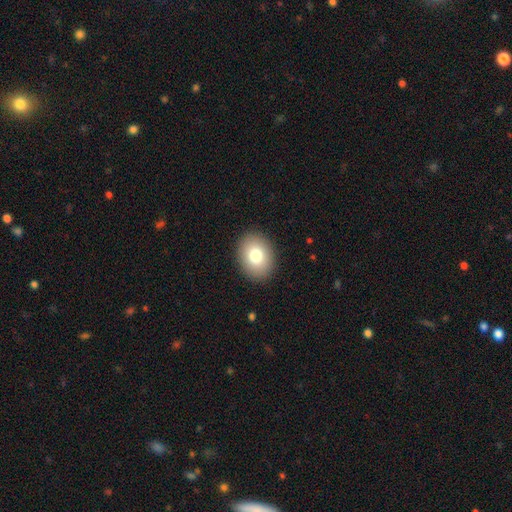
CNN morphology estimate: Smooth or featured? smooth (79%)
How rounded? in between (61%)
Merging? none (90%)